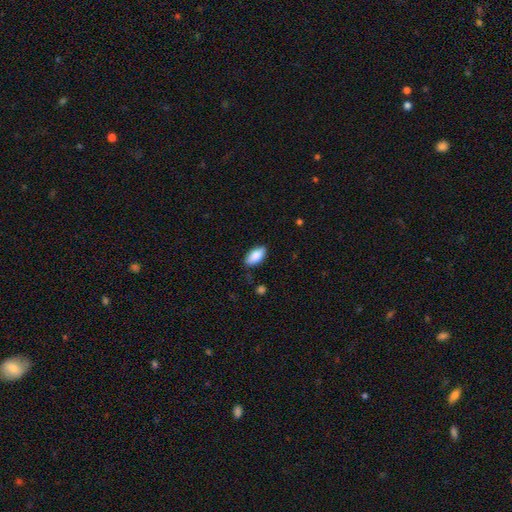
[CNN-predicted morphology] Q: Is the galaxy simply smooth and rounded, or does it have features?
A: smooth — 86%.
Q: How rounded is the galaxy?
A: in between — 92%.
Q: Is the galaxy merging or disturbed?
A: none — 85%.